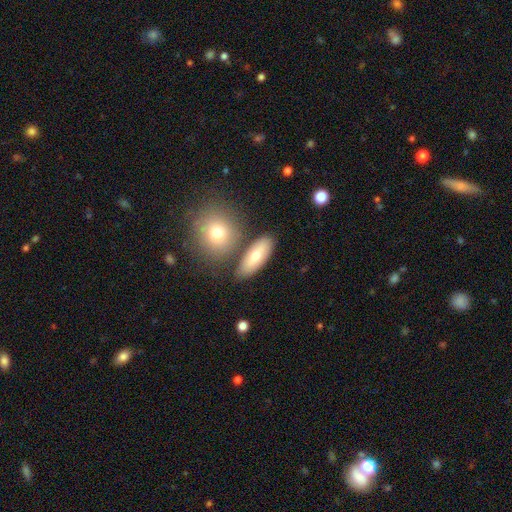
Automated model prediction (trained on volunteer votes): Morphology: type=smooth (70%); roundness=in between (72%); merging=none (74%).